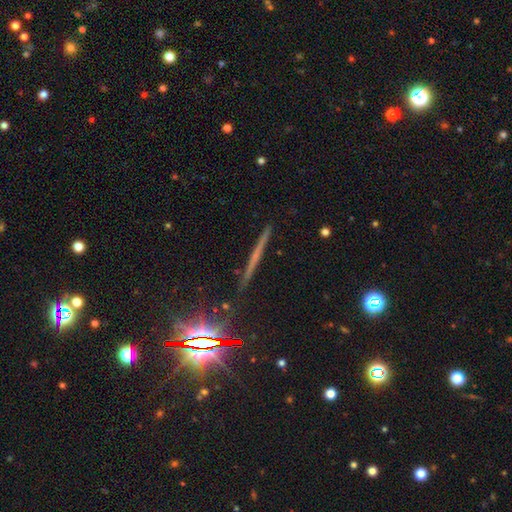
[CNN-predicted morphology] smooth_or_featured: featured or disk (p=0.47) [alt: smooth p=0.29]
merging: none (p=0.88) [alt: minor disturbance p=0.08]